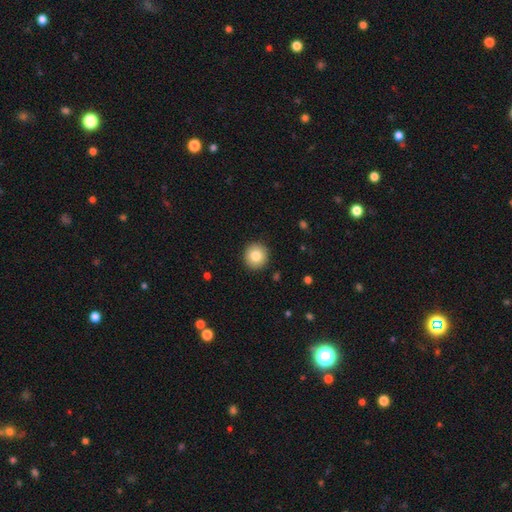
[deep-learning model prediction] Smooth or featured: smooth — 83% (star or artifact — 9%)
How rounded: round — 94% (in between — 5%)
Merging: none — 92% (minor disturbance — 5%)